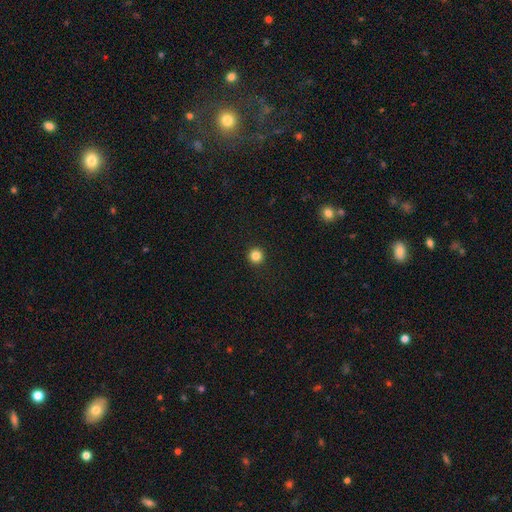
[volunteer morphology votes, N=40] This is clearly a smooth galaxy (85%). How rounded: clearly round (97%). Merging: clearly none (97%).